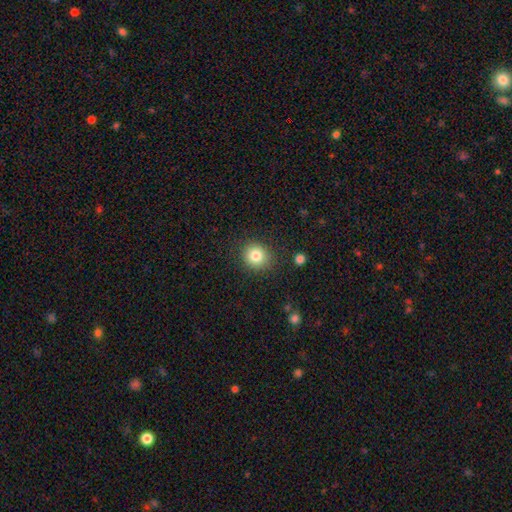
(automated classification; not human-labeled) Overall: smooth (82%). How rounded: round (85%). Merging: none (87%).